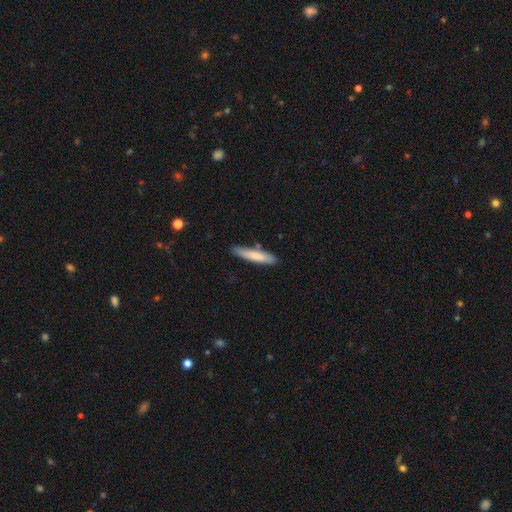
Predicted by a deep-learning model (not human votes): smooth-or-featured: smooth: 77% | featured or disk: 18% | star or artifact: 5%
  how-rounded: cigar-shaped: 86% | in between: 13% | round: 1%
  merging: none: 81% | minor disturbance: 13% | merger: 4% | major disturbance: 2%